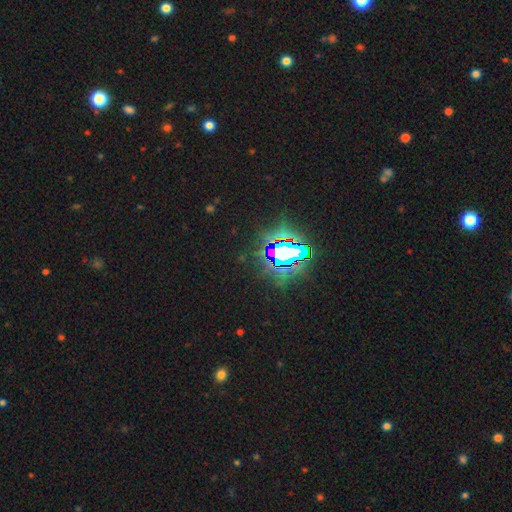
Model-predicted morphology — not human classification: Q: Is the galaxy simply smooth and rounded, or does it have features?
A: star or artifact — 85%.